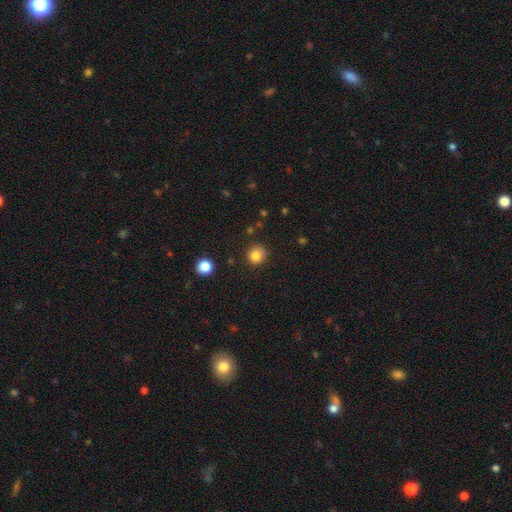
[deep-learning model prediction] Morphology: type=smooth (83%); roundness=round (87%); merging=none (84%).